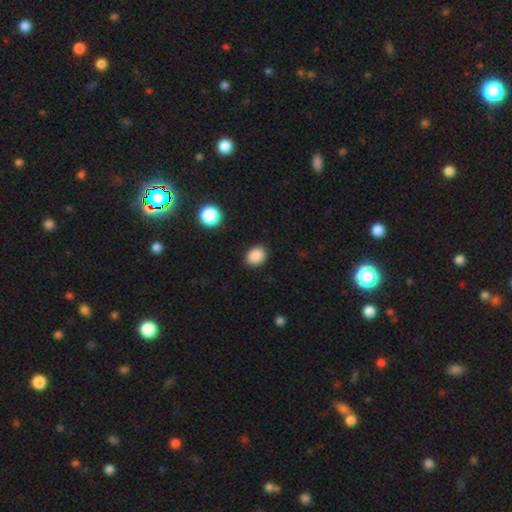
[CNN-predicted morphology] This appears to be a smooth galaxy with no disk features (88%) that is in between round and cigar-shaped (54%). Merging: none (88%).